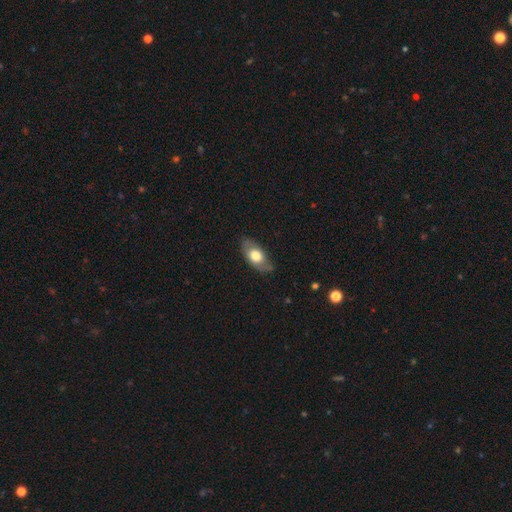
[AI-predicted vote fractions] A smooth galaxy with no disk features (62%) that is in between round and cigar-shaped (88%).

Vote fractions:
- Smooth or featured? smooth: 62% / featured or disk: 32% / star or artifact: 6%
- How rounded? in between: 88% / round: 7% / cigar-shaped: 5%
- Merging? none: 73% / minor disturbance: 21% / major disturbance: 4% / merger: 1%